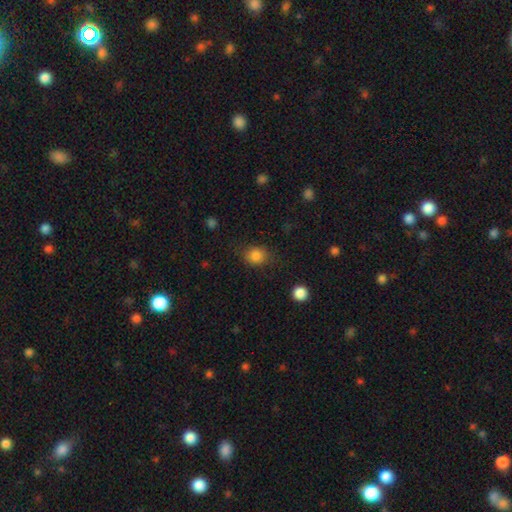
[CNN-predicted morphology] smooth-or-featured: smooth: 84% | star or artifact: 11% | featured or disk: 5%
  how-rounded: round: 58% | in between: 41% | cigar-shaped: 1%
  merging: none: 76% | minor disturbance: 16% | major disturbance: 6% | merger: 2%